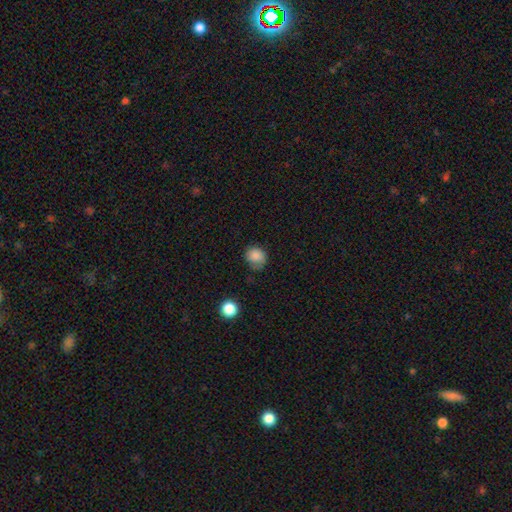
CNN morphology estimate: type=smooth (85%); roundness=round (76%); merging=none (63%).